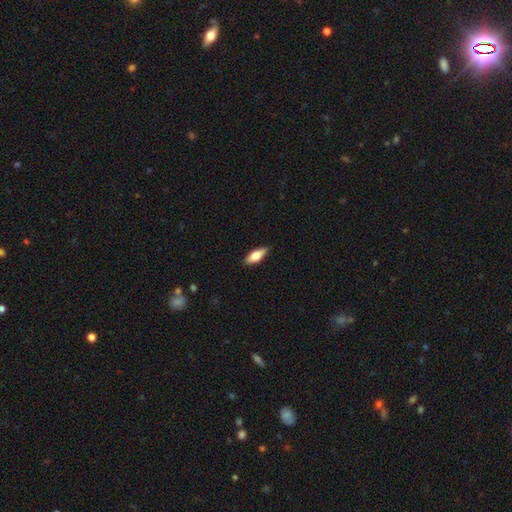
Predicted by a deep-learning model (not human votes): Overall: smooth (68%). How rounded: in between (68%; cigar-shaped 29%). Merging: none (87%).